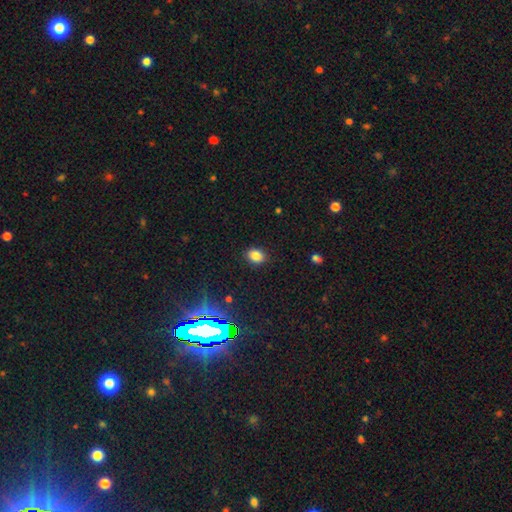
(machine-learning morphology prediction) smooth 82%, star or artifact 13%, featured or disk 5%. Down the decision tree: how rounded — in between (57%); merging — none (88%).